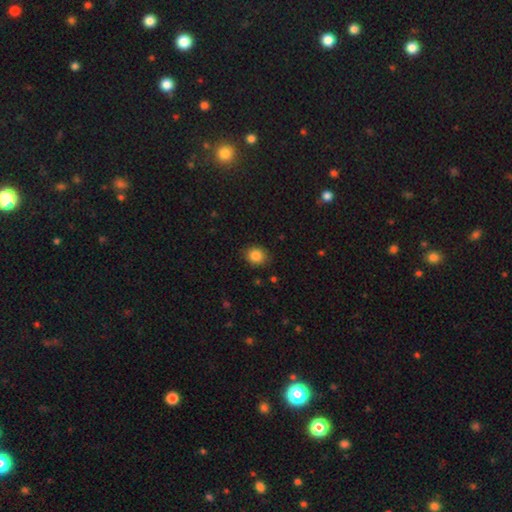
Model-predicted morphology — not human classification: type=smooth (85%); roundness=round (70%); merging=none (87%).